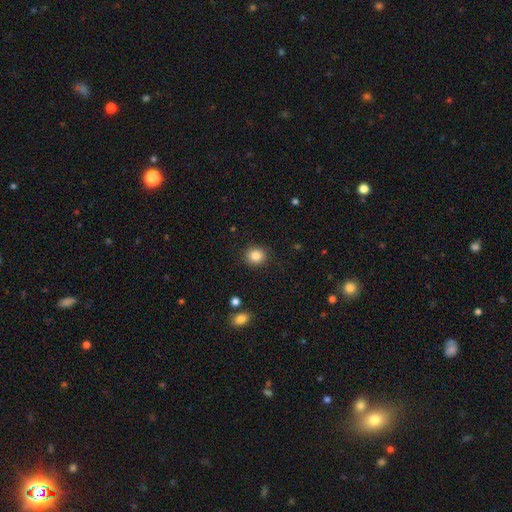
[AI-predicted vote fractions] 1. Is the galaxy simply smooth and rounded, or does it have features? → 85% smooth, 10% star or artifact, 5% featured or disk.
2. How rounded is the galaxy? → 85% round, 14% in between, 1% cigar-shaped.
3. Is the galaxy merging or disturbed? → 90% none, 7% minor disturbance, 2% major disturbance, 1% merger.